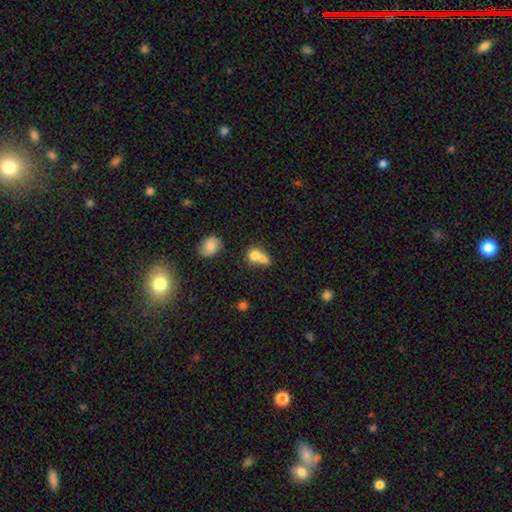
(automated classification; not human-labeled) Smooth or featured? smooth (75%)
How rounded? round (61%)
Merging? merger (65%)